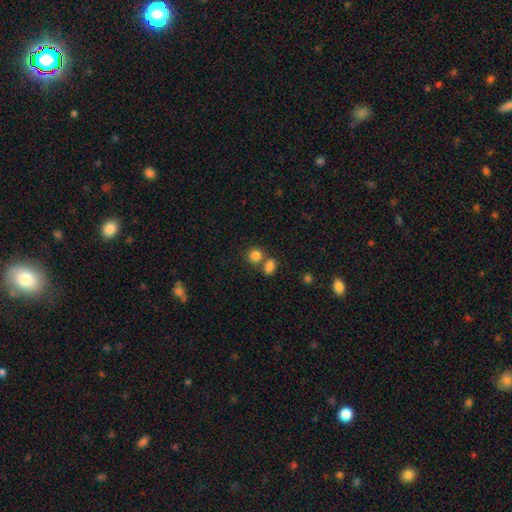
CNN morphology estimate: Smooth or featured: smooth — 83% (star or artifact — 11%)
How rounded: round — 77% (in between — 22%)
Merging: none — 54% (merger — 34%)